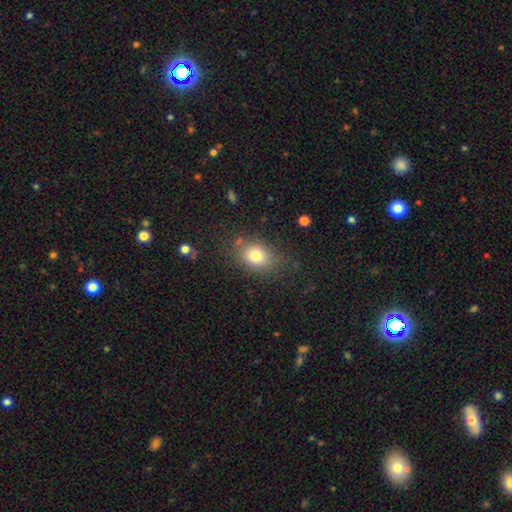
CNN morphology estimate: Smooth or featured? smooth (78%)
How rounded? in between (63%)
Merging? none (75%)